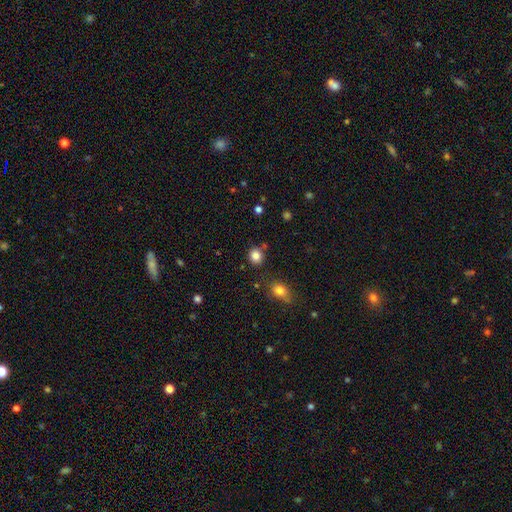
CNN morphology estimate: A smooth galaxy with no disk features (84%) that is round (78%).

Vote fractions:
- Smooth or featured? smooth: 84% / star or artifact: 11% / featured or disk: 5%
- How rounded? round: 78% / in between: 21% / cigar-shaped: 1%
- Merging? none: 81% / minor disturbance: 10% / merger: 6% / major disturbance: 3%